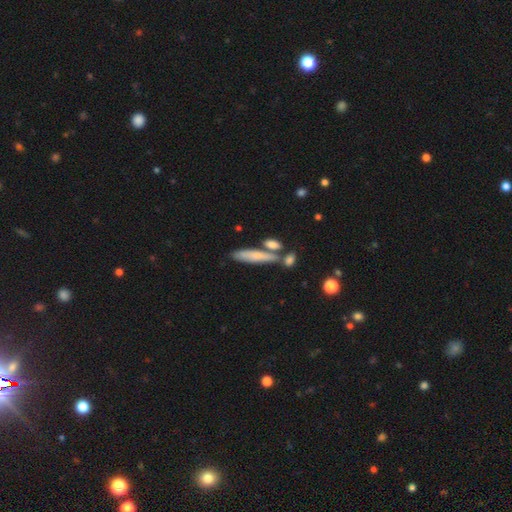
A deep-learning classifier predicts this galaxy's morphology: A smooth galaxy with no disk features (68%) that is cigar-shaped (77%).

Vote fractions:
- Smooth or featured? smooth: 68% / featured or disk: 24% / star or artifact: 7%
- How rounded? cigar-shaped: 77% / in between: 20% / round: 3%
- Merging? none: 60% / merger: 22% / minor disturbance: 14% / major disturbance: 4%